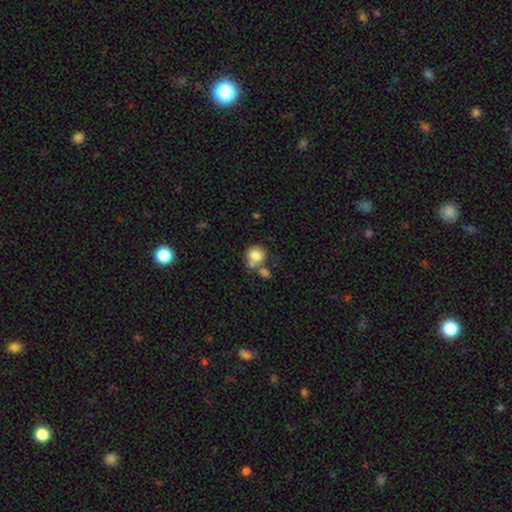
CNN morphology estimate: Smooth or featured?
  - smooth: 79% *
  - featured or disk: 12%
  - star or artifact: 9%
How rounded?
  - round: 78% *
  - in between: 21%
  - cigar-shaped: 1%
Merging?
  - none: 45% *
  - merger: 33%
  - minor disturbance: 16%
  - major disturbance: 7%